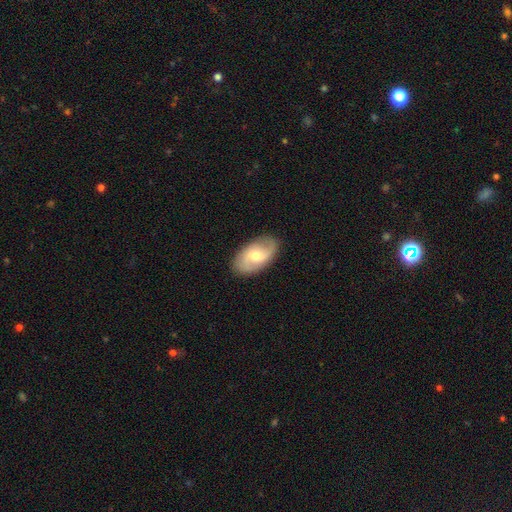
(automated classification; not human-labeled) smooth_or_featured: featured or disk (p=0.60) [alt: smooth p=0.34]
disk_edge_on: no (p=0.94) [alt: yes p=0.06]
bar: weak (p=0.47) [alt: no p=0.44]
has_spiral_arms: yes (p=0.86) [alt: no p=0.14]
bulge_size: moderate (p=0.60) [alt: small p=0.32]
merging: none (p=0.84) [alt: minor disturbance p=0.12]